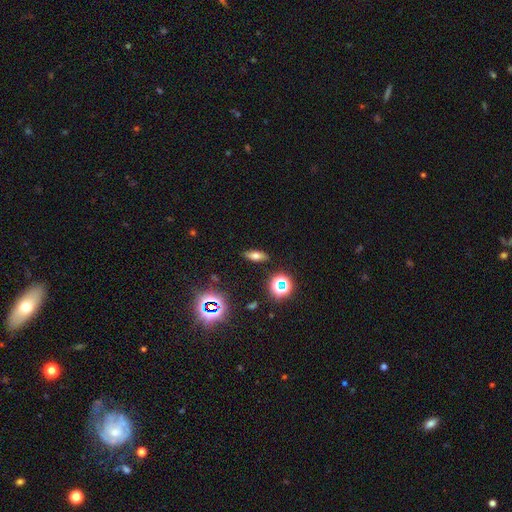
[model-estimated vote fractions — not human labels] smooth-or-featured: smooth: 58% | star or artifact: 21% | featured or disk: 21%
  how-rounded: in between: 66% | cigar-shaped: 26% | round: 8%
  merging: none: 87% | minor disturbance: 9% | major disturbance: 2% | merger: 2%